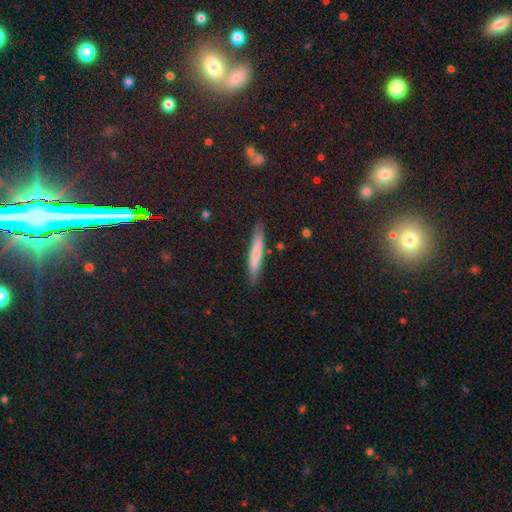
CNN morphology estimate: The model was most divided on "smooth or featured": smooth: 65%, featured or disk: 25%, star or artifact: 9%. More confident: how rounded — cigar-shaped (94%); merging — none (87%).